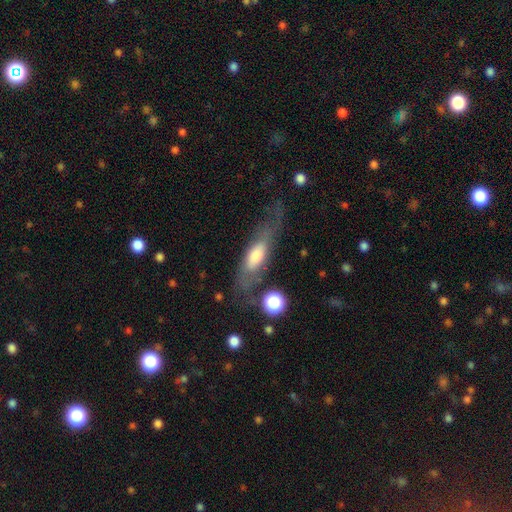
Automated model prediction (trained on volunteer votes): featured or disk 53%, smooth 39%, star or artifact 8%. Down the decision tree: edge-on disk — no (55%); merging — none (59%).